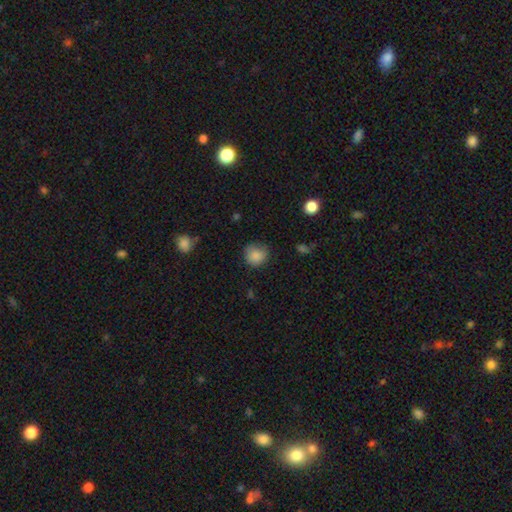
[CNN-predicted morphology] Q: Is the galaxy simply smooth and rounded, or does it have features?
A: smooth — 85%.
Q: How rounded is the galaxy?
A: round — 87%.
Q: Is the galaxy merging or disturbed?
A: none — 70%.